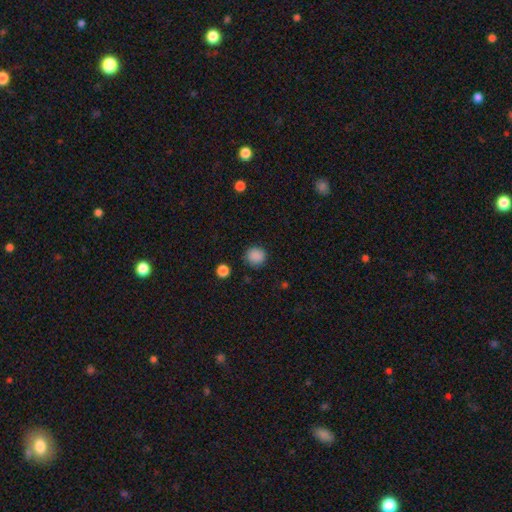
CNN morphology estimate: A smooth galaxy with no disk features (87%) that is round (91%). Merging: none (87%).